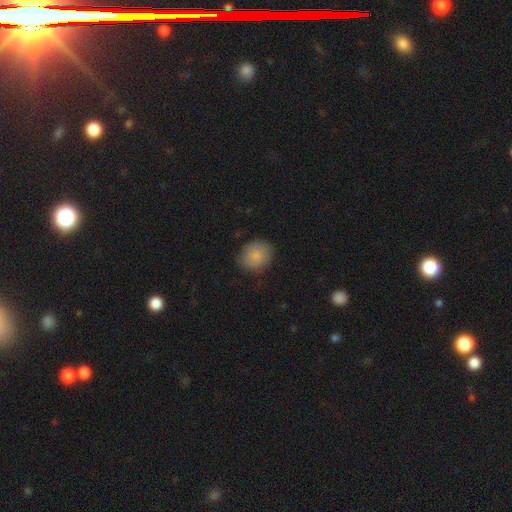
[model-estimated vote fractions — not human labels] Smooth or featured?
  - smooth: 83% *
  - featured or disk: 10%
  - star or artifact: 7%
How rounded?
  - round: 66% *
  - in between: 33%
  - cigar-shaped: 1%
Merging?
  - none: 79% *
  - minor disturbance: 16%
  - major disturbance: 4%
  - merger: 1%